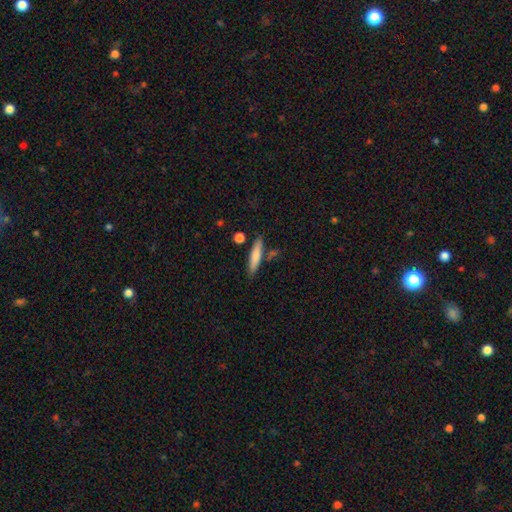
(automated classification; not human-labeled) Smooth or featured: smooth — 76% (featured or disk — 18%)
How rounded: cigar-shaped — 84% (in between — 14%)
Merging: none — 79% (minor disturbance — 12%)